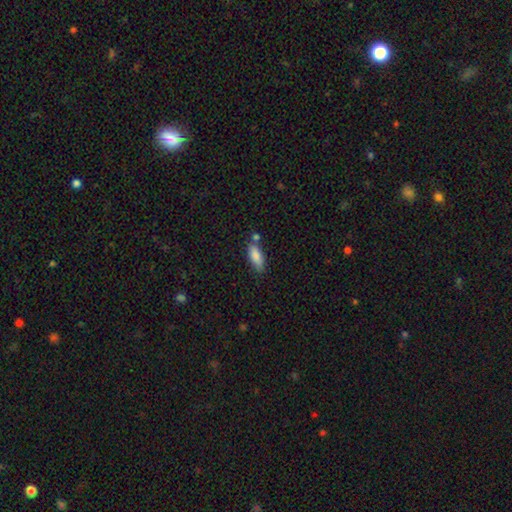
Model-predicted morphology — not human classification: A smooth galaxy with no disk features (85%) that is in between round and cigar-shaped (73%). Merging: none (65%).